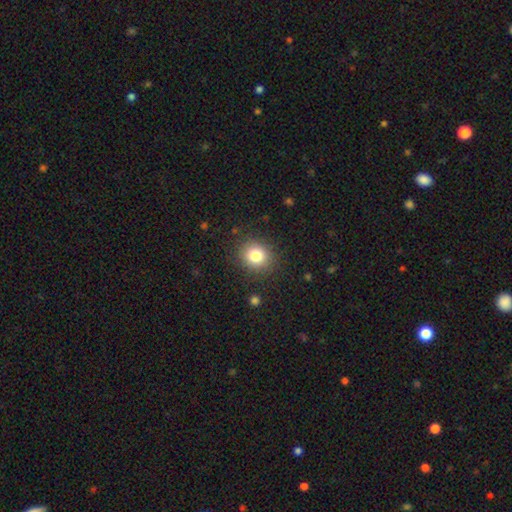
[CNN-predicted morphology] type=smooth (80%); roundness=round (80%); merging=none (87%).